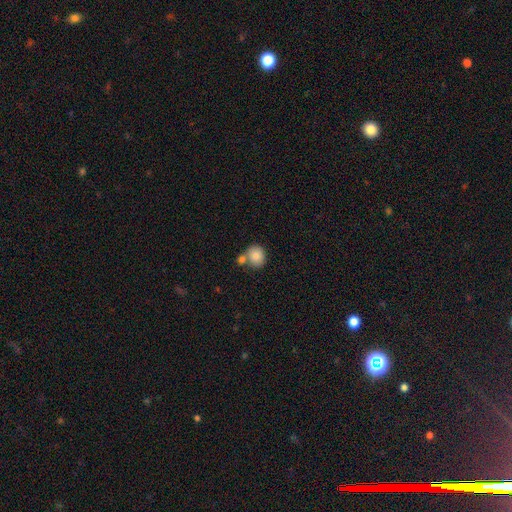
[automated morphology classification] Smooth or featured: smooth — 85% (star or artifact — 8%)
How rounded: round — 71% (in between — 28%)
Merging: none — 53% (merger — 32%)